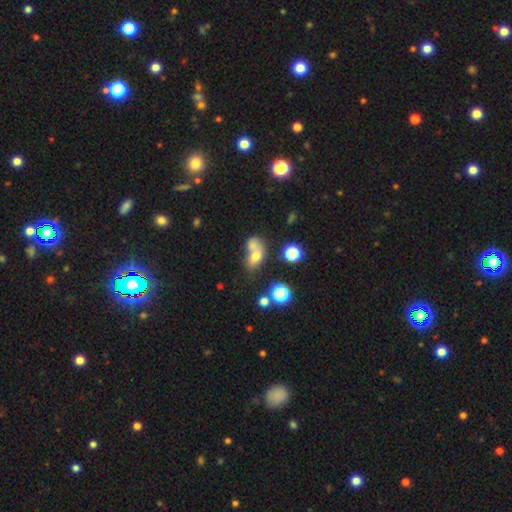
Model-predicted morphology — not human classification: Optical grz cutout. It shows a smooth galaxy with no disk features (67%) that is in between round and cigar-shaped (70%). Merging: merger (57%).